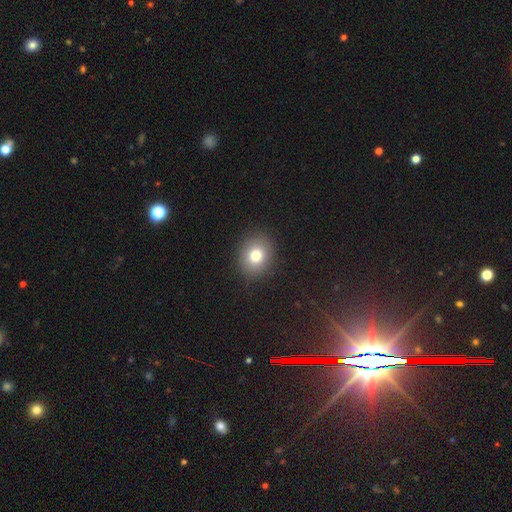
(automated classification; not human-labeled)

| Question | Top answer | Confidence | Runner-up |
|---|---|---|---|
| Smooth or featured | smooth | 77% | star or artifact (12%) |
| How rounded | round | 65% | in between (34%) |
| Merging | none | 89% | minor disturbance (7%) |